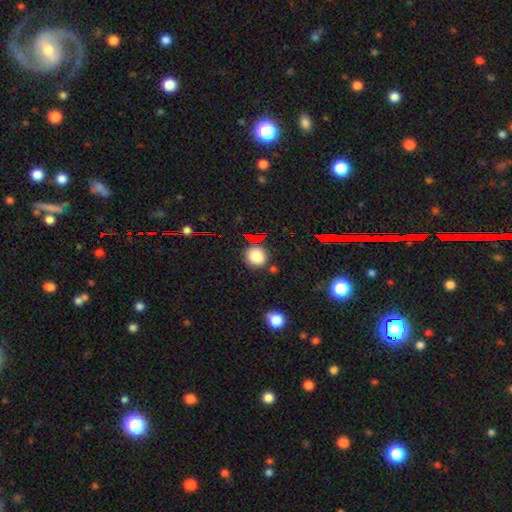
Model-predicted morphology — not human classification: This is likely a smooth galaxy (75%). How rounded: clearly round (81%). Merging: likely none (77%).